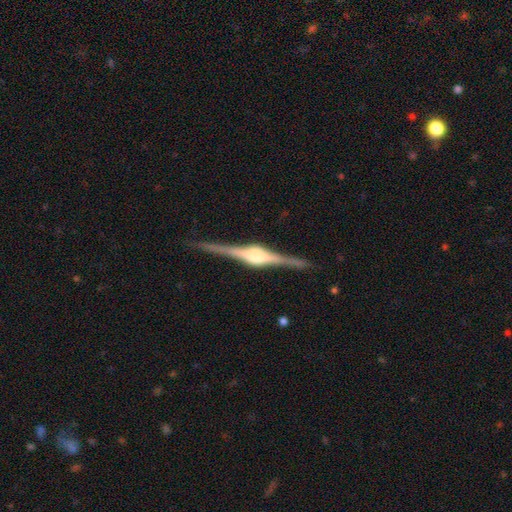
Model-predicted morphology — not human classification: A featured or disk galaxy (90%) viewed edge-on (99%) with a rounded central bulge (76%).

Vote fractions:
- Smooth or featured? featured or disk: 90% / smooth: 5% / star or artifact: 5%
- Edge-on disk? yes: 99% / no: 1%
- Edge-on bulge? rounded: 76% / boxy: 21% / none: 3%
- Merging? none: 91% / minor disturbance: 7% / major disturbance: 1% / merger: 1%